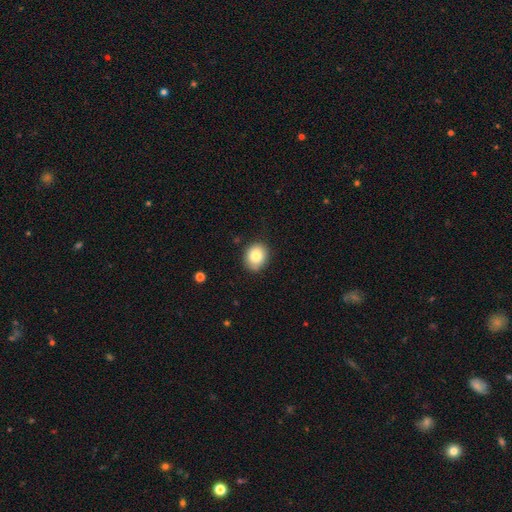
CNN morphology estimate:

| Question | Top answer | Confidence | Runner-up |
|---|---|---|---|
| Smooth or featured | smooth | 83% | star or artifact (9%) |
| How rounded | round | 64% | in between (35%) |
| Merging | none | 85% | minor disturbance (12%) |